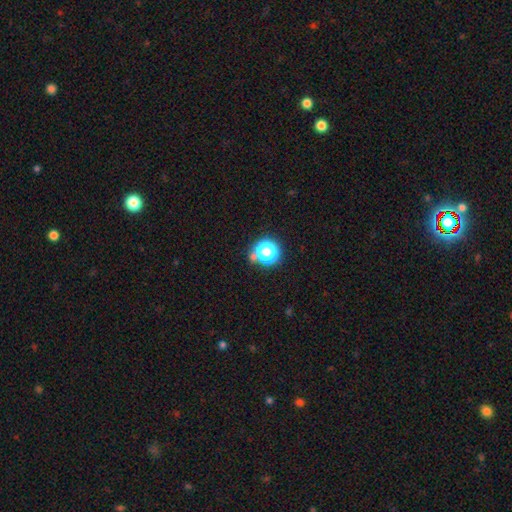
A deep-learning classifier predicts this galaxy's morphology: A star or artifact, not a galaxy (51%).

Vote fractions:
- Smooth or featured? star or artifact: 51% / smooth: 42% / featured or disk: 7%